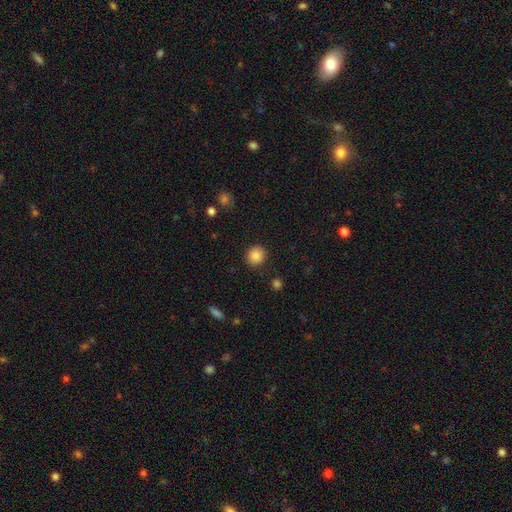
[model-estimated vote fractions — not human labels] Smooth or featured?
  - smooth: 86% *
  - star or artifact: 10%
  - featured or disk: 4%
How rounded?
  - round: 88% *
  - in between: 11%
  - cigar-shaped: 1%
Merging?
  - none: 90% *
  - minor disturbance: 6%
  - major disturbance: 2%
  - merger: 1%